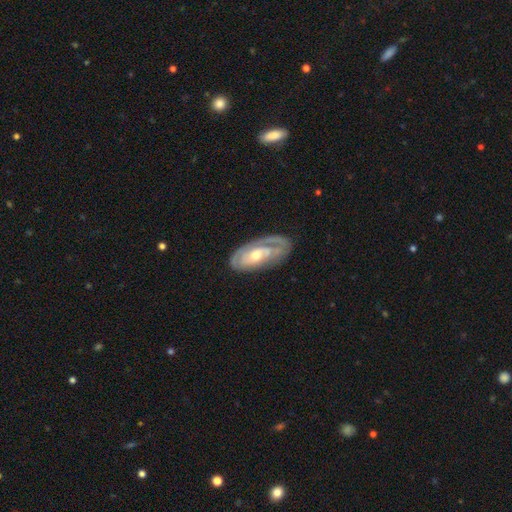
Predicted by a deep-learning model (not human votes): smooth-or-featured: featured or disk: 76% | smooth: 18% | star or artifact: 5%
  disk-edge-on: no: 91% | yes: 9%
    bar: no: 70% | weak: 23% | strong: 7%
    has-spiral-arms: yes: 80% | no: 20%
      spiral-winding: tight: 66% | medium: 25% | loose: 9%
      spiral-arm-count: can't tell: 37% | 2: 30% | 1: 23% | 3: 6% | 4: 2% | more than 4: 2%
    bulge-size: moderate: 59% | small: 35% | large: 4% | none: 1% | dominant: 1%
  merging: none: 66% | minor disturbance: 22% | major disturbance: 11% | merger: 2%